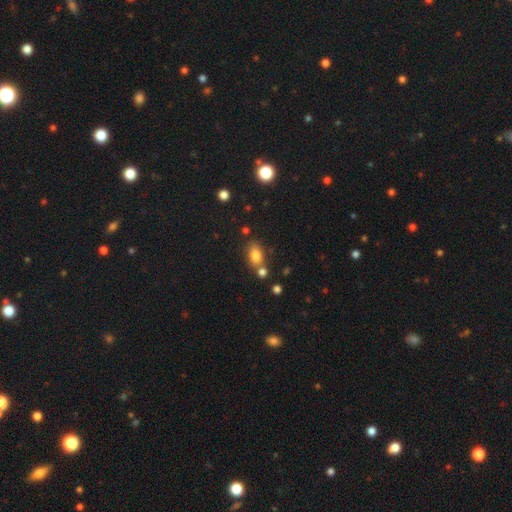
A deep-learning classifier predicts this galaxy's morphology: smooth 81%, star or artifact 11%, featured or disk 8%. Down the decision tree: how rounded — in between (83%); merging — none (63%).